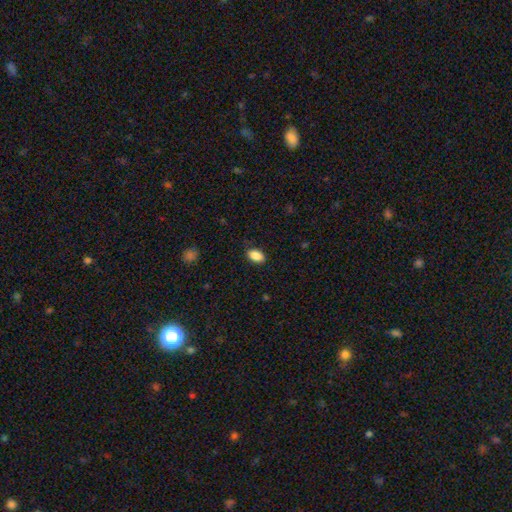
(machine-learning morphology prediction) Overall: smooth (89%). How rounded: in between (90%). Merging: none (84%).